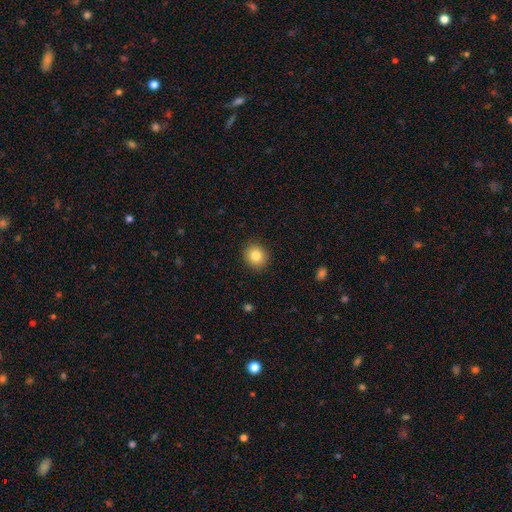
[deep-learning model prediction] Overall: smooth (84%). How rounded: round (83%). Merging: none (91%).